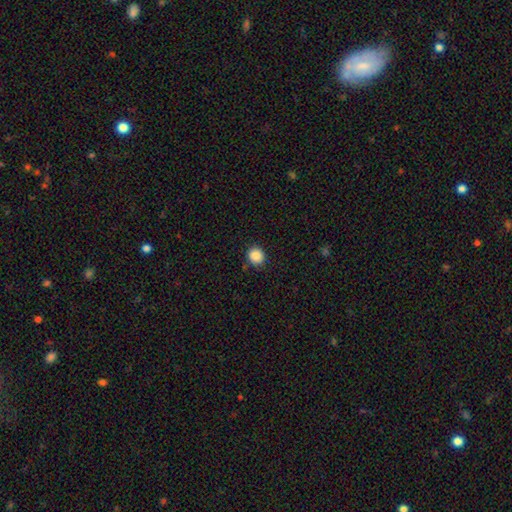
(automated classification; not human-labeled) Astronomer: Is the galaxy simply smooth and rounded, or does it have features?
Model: smooth — 87%.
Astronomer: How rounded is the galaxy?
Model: round — 86%.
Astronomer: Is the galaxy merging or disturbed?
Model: none — 87%.